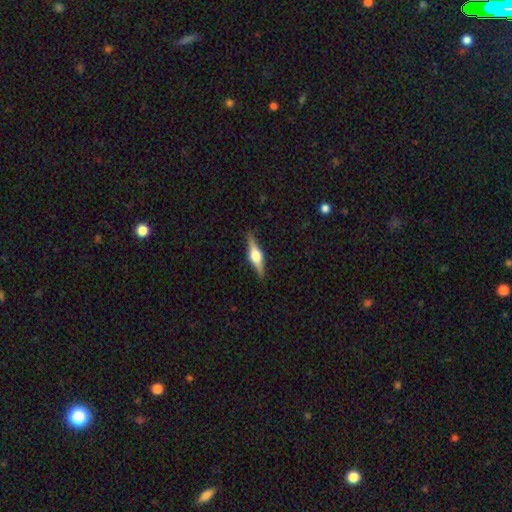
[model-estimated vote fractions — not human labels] This is likely a featured or disk galaxy (73%). It is clearly viewed edge-on (97%). Edge-on bulge: clearly rounded (94%). Merging: clearly none (89%).